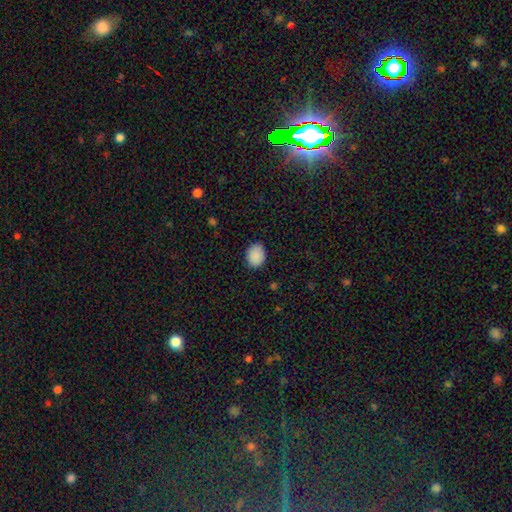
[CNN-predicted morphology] smooth-or-featured: smooth: 89% | star or artifact: 8% | featured or disk: 3%
  how-rounded: in between: 55% | round: 44% | cigar-shaped: 1%
  merging: none: 85% | minor disturbance: 12% | major disturbance: 2% | merger: 1%